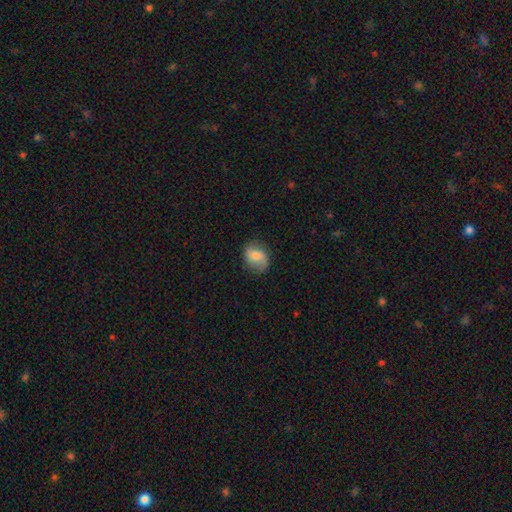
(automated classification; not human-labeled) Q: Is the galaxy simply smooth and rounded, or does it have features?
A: smooth — 55%.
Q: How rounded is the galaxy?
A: in between — 52%.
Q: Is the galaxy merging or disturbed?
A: none — 72%.